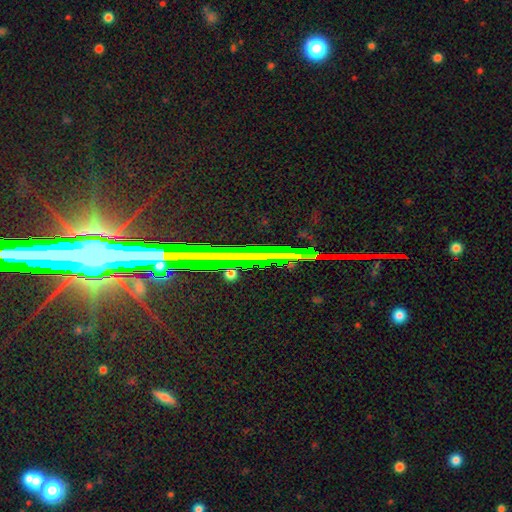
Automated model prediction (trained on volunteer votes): smooth_or_featured: star or artifact (p=0.70) [alt: featured or disk p=0.20]